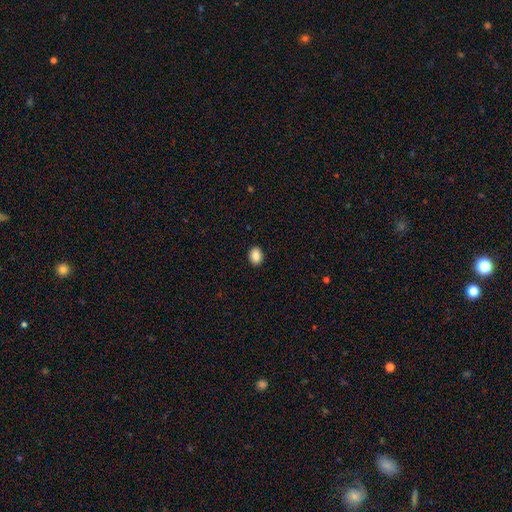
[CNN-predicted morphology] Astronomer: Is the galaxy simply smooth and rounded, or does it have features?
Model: smooth — 88%.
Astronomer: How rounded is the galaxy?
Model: in between — 71%.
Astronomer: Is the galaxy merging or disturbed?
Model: none — 91%.